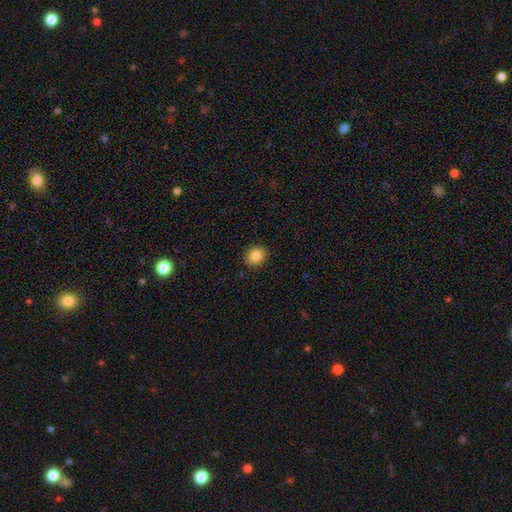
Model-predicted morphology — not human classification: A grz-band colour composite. It shows a smooth galaxy with no disk features (84%) that is round (75%). Merging: none (90%).